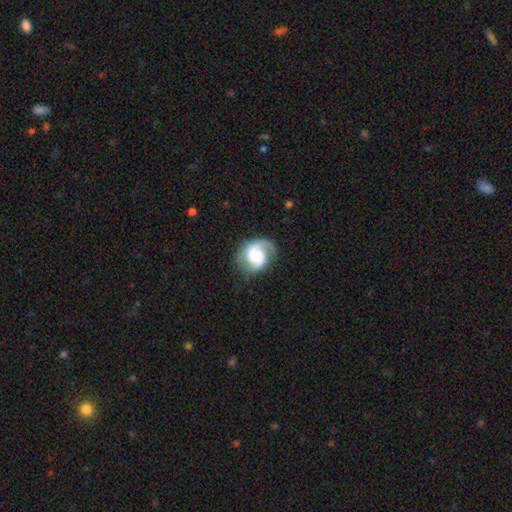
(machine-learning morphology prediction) Smooth or featured?
  - featured or disk: 80% *
  - smooth: 14%
  - star or artifact: 6%
Edge-on disk?
  - no: 98% *
  - yes: 2%
Bar?
  - no: 51% *
  - weak: 39%
  - strong: 10%
Spiral arms?
  - yes: 96% *
  - no: 4%
Spiral winding?
  - medium: 48% *
  - loose: 27%
  - tight: 24%
Spiral arm count?
  - 2: 81% *
  - 1: 12%
  - can't tell: 4%
  - 3: 2%
  - 4: 1%
  - more than 4: 1%
Bulge size?
  - moderate: 45% *
  - large: 32%
  - small: 15%
  - dominant: 5%
  - none: 4%
Merging?
  - none: 72% *
  - minor disturbance: 18%
  - major disturbance: 9%
  - merger: 1%